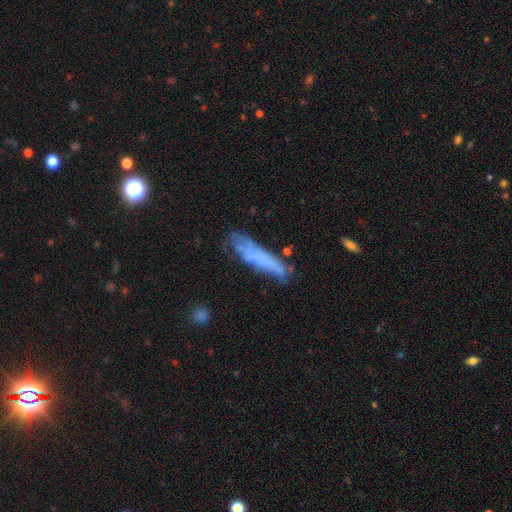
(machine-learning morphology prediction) smooth 54%, featured or disk 35%, star or artifact 11%. Down the decision tree: how rounded — cigar-shaped (77%); merging — none (57%).